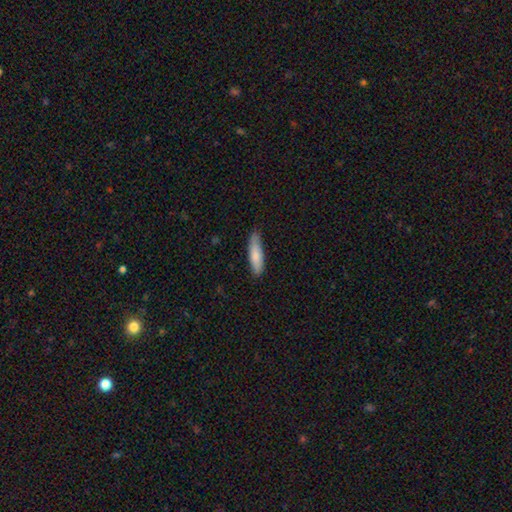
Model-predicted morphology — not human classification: smooth 80%, featured or disk 14%, star or artifact 6%. Down the decision tree: how rounded — cigar-shaped (65%); merging — none (76%).